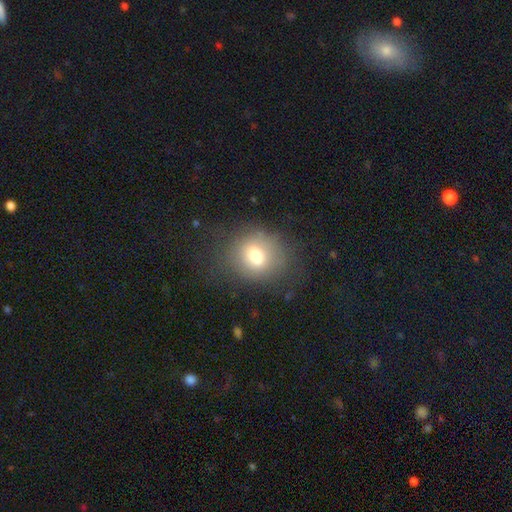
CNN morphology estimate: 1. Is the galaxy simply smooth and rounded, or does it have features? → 68% smooth, 19% featured or disk, 13% star or artifact.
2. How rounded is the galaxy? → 65% round, 34% in between, 1% cigar-shaped.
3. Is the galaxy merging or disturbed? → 68% none, 17% minor disturbance, 12% major disturbance, 3% merger.